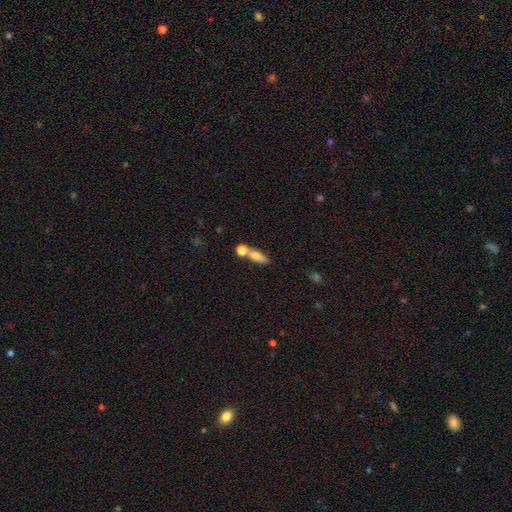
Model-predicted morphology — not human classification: Smooth or featured? Predicted: smooth (p=0.76). How rounded? Predicted: in between (p=0.56). Merging? Predicted: none (p=0.47).